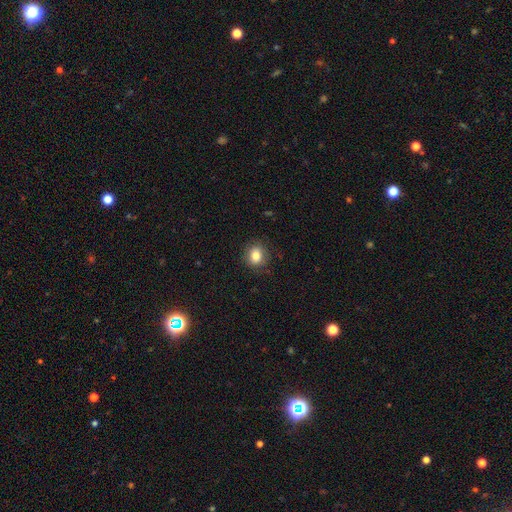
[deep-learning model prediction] smooth-or-featured: smooth: 83% | star or artifact: 10% | featured or disk: 7%
  how-rounded: round: 65% | in between: 34% | cigar-shaped: 1%
  merging: none: 84% | minor disturbance: 12% | major disturbance: 3% | merger: 1%